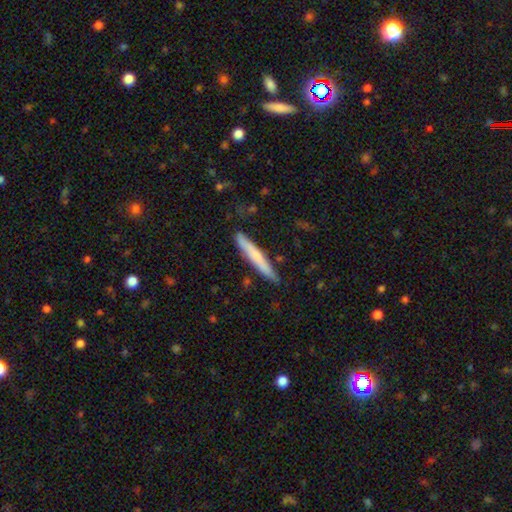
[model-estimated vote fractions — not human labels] smooth-or-featured: smooth: 66% | featured or disk: 29% | star or artifact: 6%
  how-rounded: cigar-shaped: 95% | in between: 4% | round: 1%
  merging: none: 83% | minor disturbance: 13% | major disturbance: 2% | merger: 2%